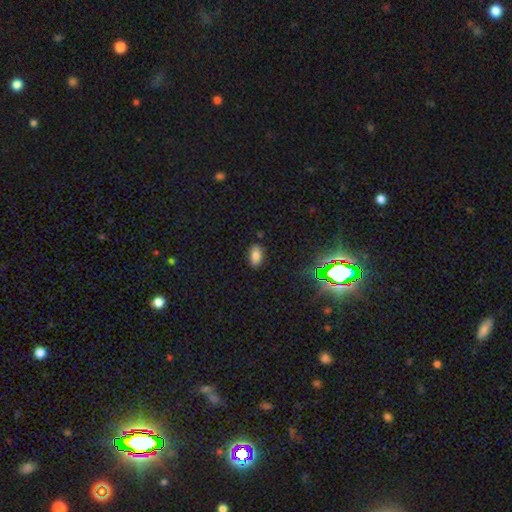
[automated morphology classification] Smooth or featured? smooth (76%)
How rounded? in between (90%)
Merging? none (86%)